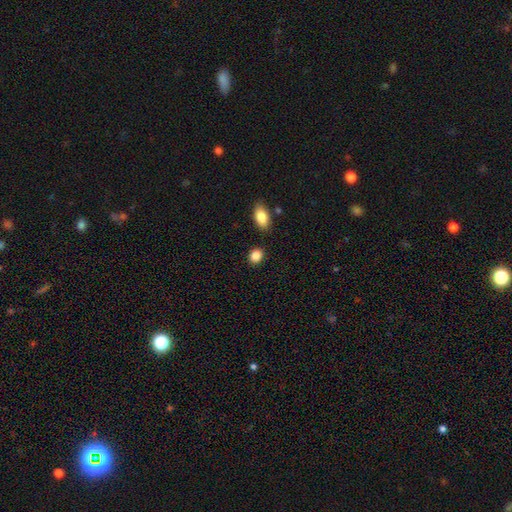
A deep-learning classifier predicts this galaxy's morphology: type=smooth (87%); roundness=round (59%); merging=none (84%).